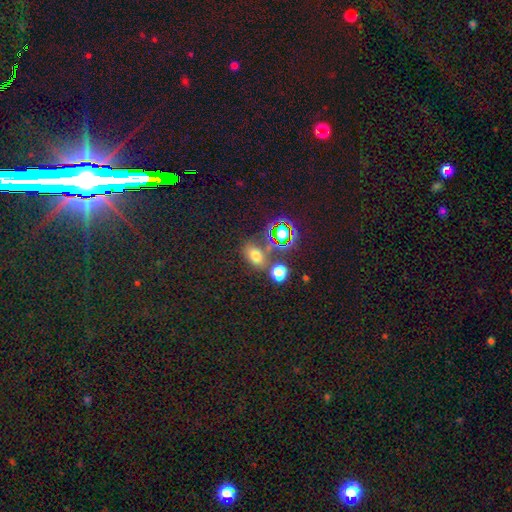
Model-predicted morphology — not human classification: A smooth galaxy with no disk features (62%) that is in between round and cigar-shaped (75%). Merging: none (64%).